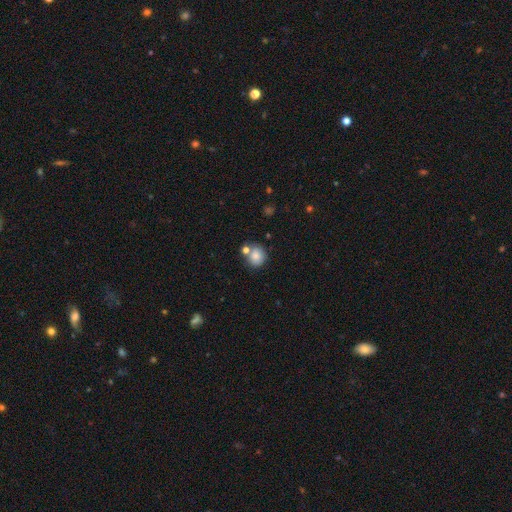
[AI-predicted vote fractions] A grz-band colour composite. It shows a smooth galaxy with no disk features (82%) that is round (82%). Merging: none (63%).